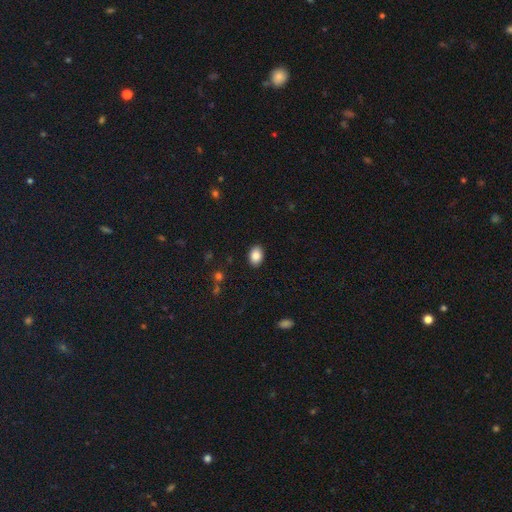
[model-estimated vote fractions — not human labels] A smooth galaxy with no disk features (86%) that is in between round and cigar-shaped (81%). Merging: none (90%).